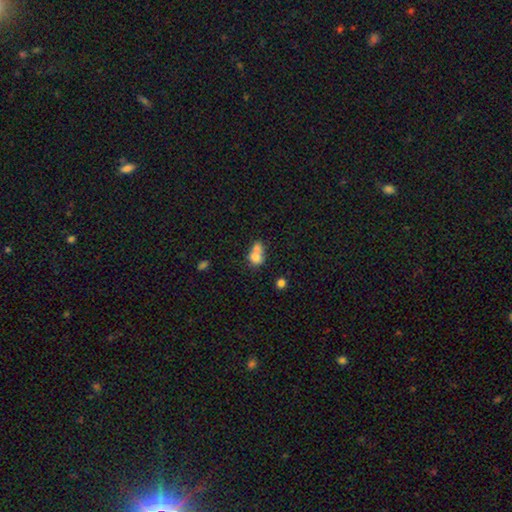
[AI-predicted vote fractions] smooth_or_featured: smooth (p=0.74) [alt: featured or disk p=0.15]
how_rounded: in between (p=0.50) [alt: round p=0.48]
merging: merger (p=0.62) [alt: none p=0.22]